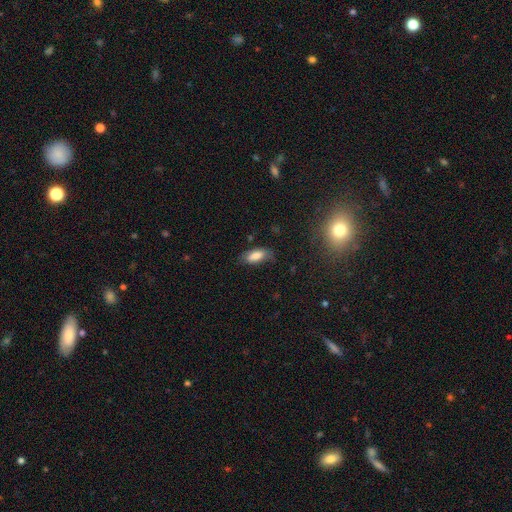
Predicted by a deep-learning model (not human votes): Smooth or featured? smooth (79%)
How rounded? in between (84%)
Merging? none (63%)